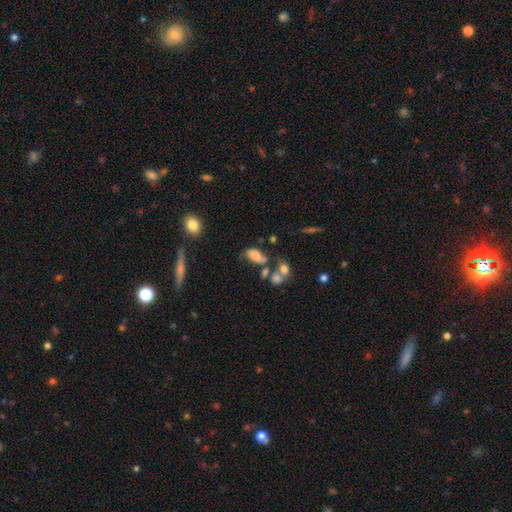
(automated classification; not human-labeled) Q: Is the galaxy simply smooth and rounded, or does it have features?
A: smooth — 65%.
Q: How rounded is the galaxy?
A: in between — 89%.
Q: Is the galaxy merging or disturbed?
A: none — 40%.